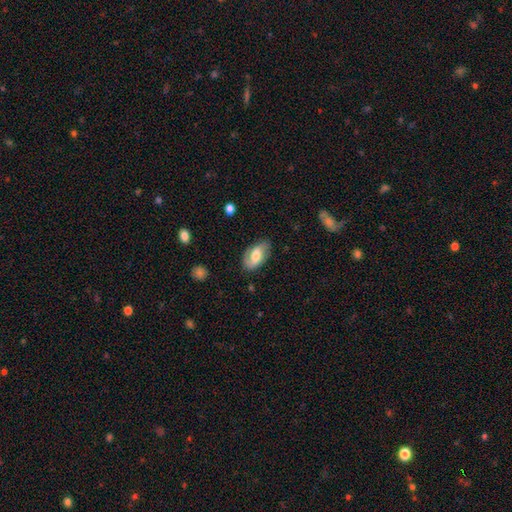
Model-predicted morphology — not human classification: The model was most divided on "smooth or featured": featured or disk: 47%, smooth: 46%, star or artifact: 7%. More confident: merging — none (75%).